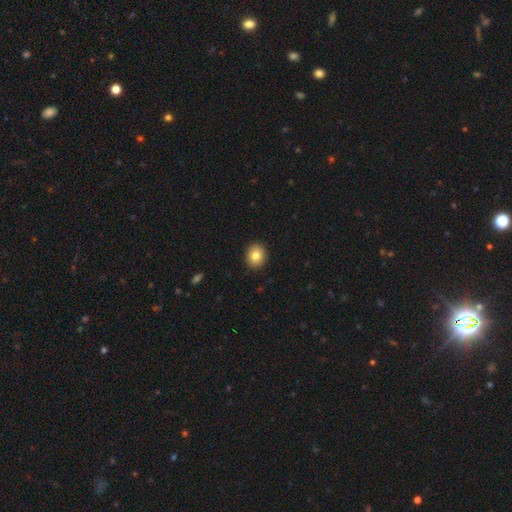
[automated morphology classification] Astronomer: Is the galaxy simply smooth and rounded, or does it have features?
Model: smooth — 81%.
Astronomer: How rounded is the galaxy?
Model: round — 76%.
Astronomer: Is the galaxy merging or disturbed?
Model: none — 92%.